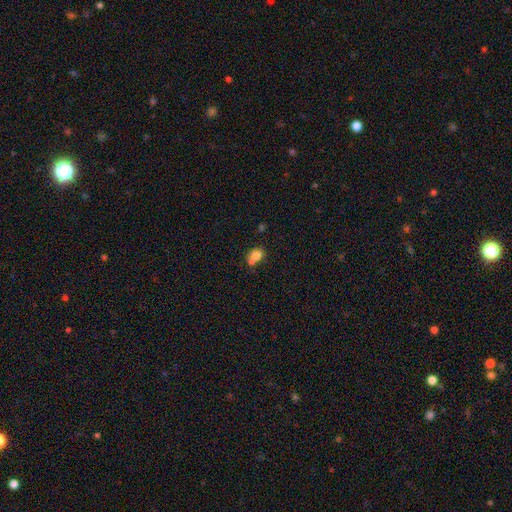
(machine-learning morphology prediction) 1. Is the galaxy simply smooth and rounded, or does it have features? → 79% smooth, 11% featured or disk, 11% star or artifact.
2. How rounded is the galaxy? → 58% round, 41% in between, 1% cigar-shaped.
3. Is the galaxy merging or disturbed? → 44% none, 41% merger, 11% minor disturbance, 4% major disturbance.